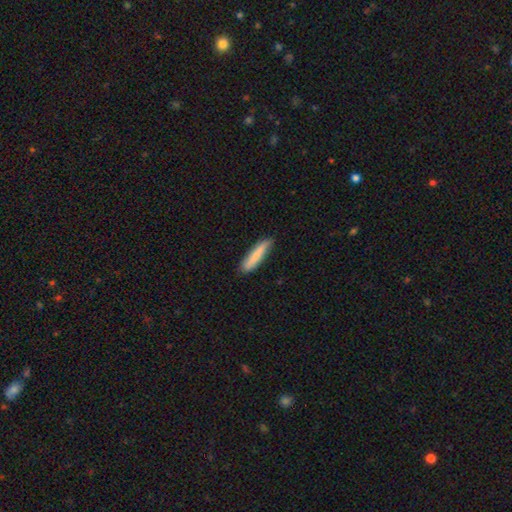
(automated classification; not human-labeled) Morphology: type=smooth (78%); roundness=cigar-shaped (86%); merging=none (79%).